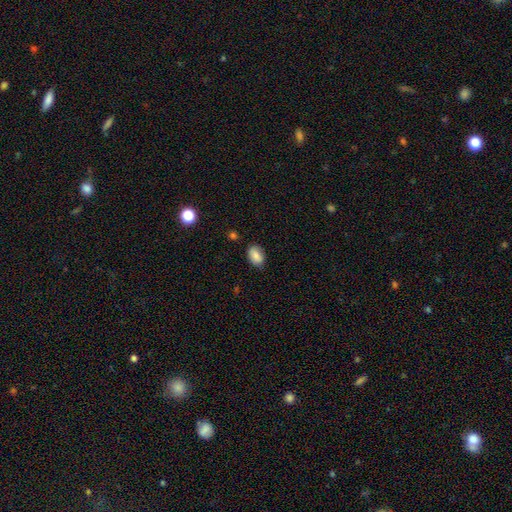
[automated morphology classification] Q: Smooth or featured?
A: smooth (84%); runner-up: star or artifact (8%)
Q: How rounded?
A: in between (86%); runner-up: round (12%)
Q: Merging?
A: none (80%); runner-up: minor disturbance (15%)